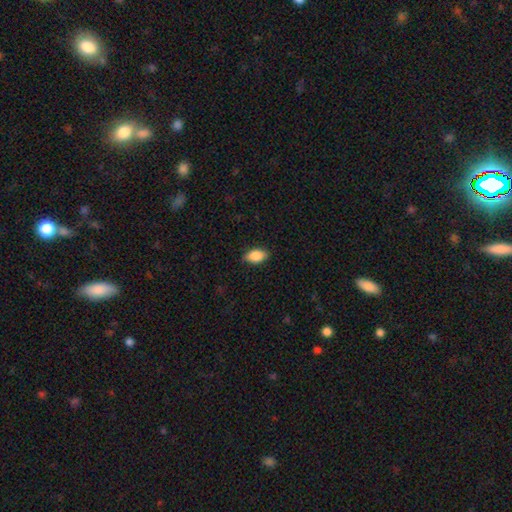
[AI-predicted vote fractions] smooth-or-featured: smooth: 86% | star or artifact: 7% | featured or disk: 7%
  how-rounded: in between: 92% | round: 5% | cigar-shaped: 4%
  merging: none: 86% | minor disturbance: 11% | major disturbance: 2% | merger: 1%